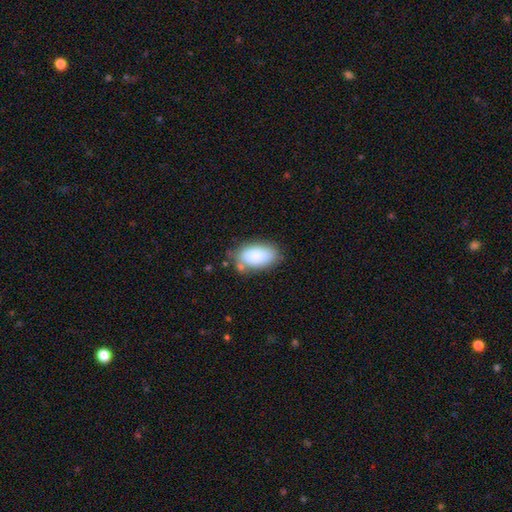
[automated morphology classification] Smooth or featured?
  - smooth: 85% *
  - featured or disk: 8%
  - star or artifact: 7%
How rounded?
  - in between: 94% *
  - round: 4%
  - cigar-shaped: 2%
Merging?
  - none: 67% *
  - minor disturbance: 20%
  - merger: 7%
  - major disturbance: 6%